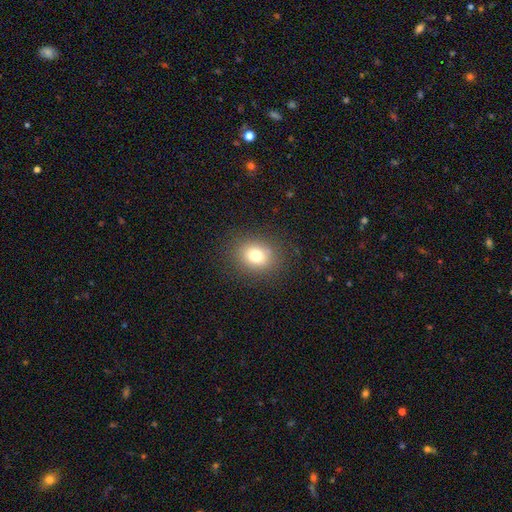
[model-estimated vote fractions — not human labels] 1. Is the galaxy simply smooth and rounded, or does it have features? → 77% smooth, 13% star or artifact, 10% featured or disk.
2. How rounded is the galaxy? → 60% round, 39% in between, 1% cigar-shaped.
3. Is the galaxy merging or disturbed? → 85% none, 9% minor disturbance, 4% major disturbance, 1% merger.